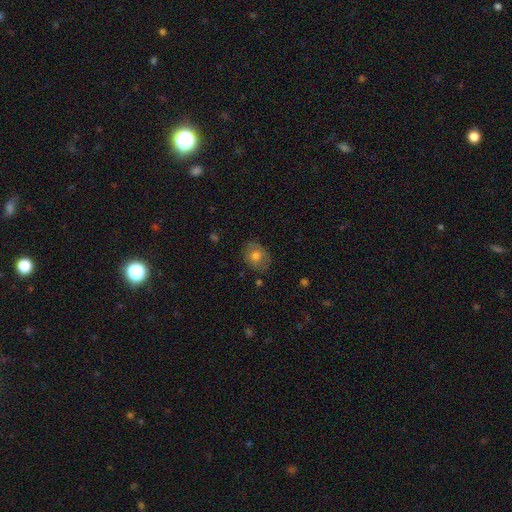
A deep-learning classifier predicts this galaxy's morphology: Q: Smooth or featured?
A: smooth (72%); runner-up: featured or disk (19%)
Q: How rounded?
A: round (51%); runner-up: in between (48%)
Q: Merging?
A: none (75%); runner-up: minor disturbance (19%)